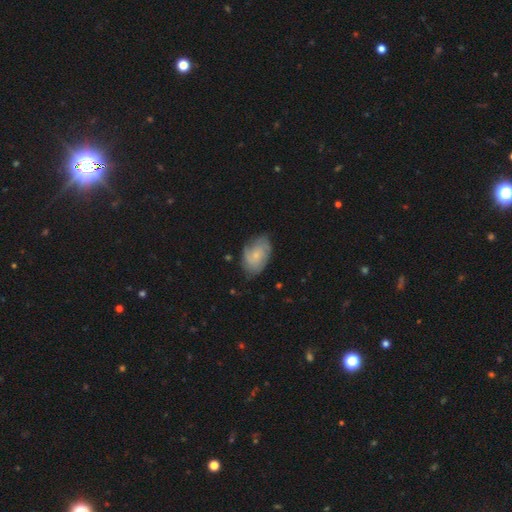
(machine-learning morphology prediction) featured or disk 51%, smooth 41%, star or artifact 7%. Down the decision tree: edge-on disk — no (96%); merging — none (68%).